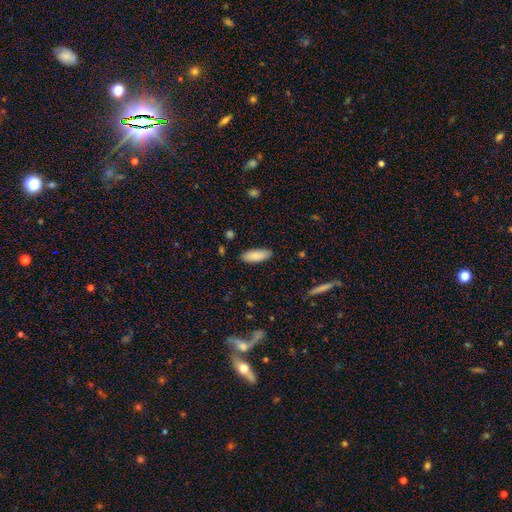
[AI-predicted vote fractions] A smooth galaxy with no disk features (87%) that is in between round and cigar-shaped (70%). Merging: none (88%).